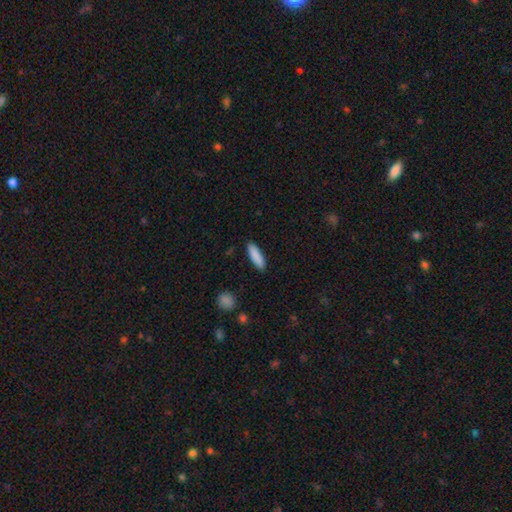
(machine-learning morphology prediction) Q: Smooth or featured?
A: smooth (88%); runner-up: star or artifact (6%)
Q: How rounded?
A: cigar-shaped (61%); runner-up: in between (38%)
Q: Merging?
A: none (89%); runner-up: minor disturbance (8%)